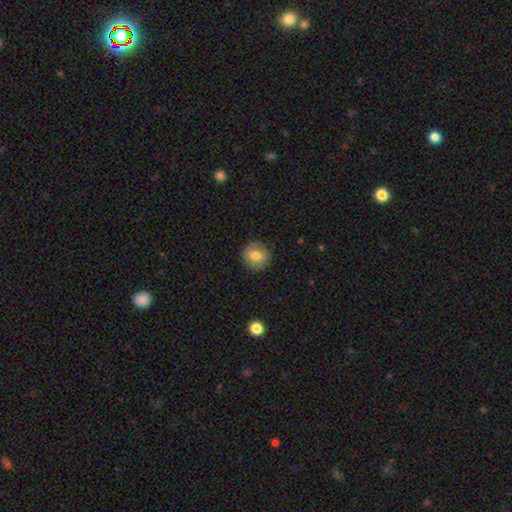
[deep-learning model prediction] This appears to be a smooth galaxy with no disk features (75%) that is round (90%). Merging: none (88%).